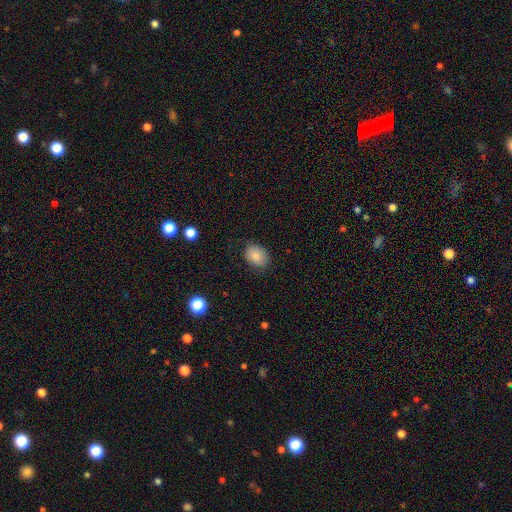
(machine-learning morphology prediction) smooth_or_featured: smooth (p=0.80) [alt: featured or disk p=0.11]
how_rounded: in between (p=0.63) [alt: round p=0.37]
merging: none (p=0.79) [alt: minor disturbance p=0.16]